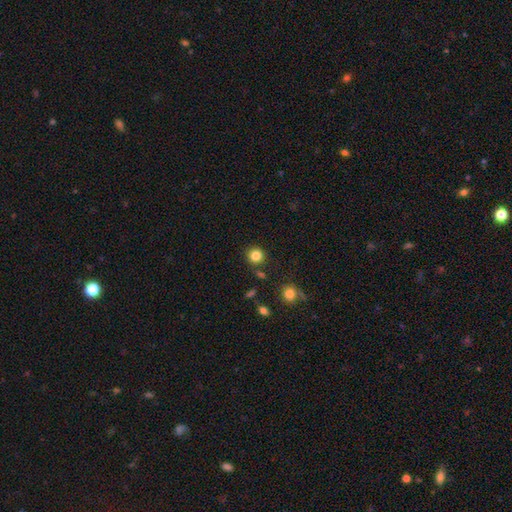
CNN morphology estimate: Smooth or featured? Predicted: smooth (p=0.84). How rounded? Predicted: round (p=0.91). Merging? Predicted: none (p=0.85).